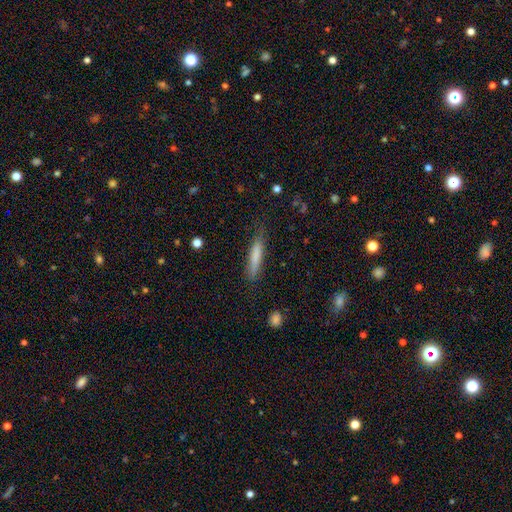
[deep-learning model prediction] Smooth or featured? smooth (76%)
How rounded? cigar-shaped (89%)
Merging? none (77%)